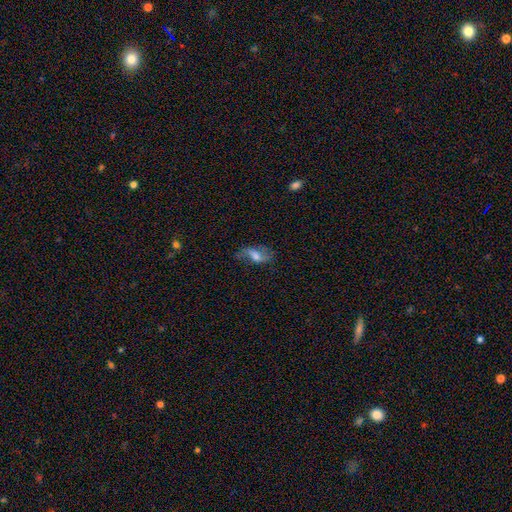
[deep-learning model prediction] This appears to be a featured or disk galaxy (48%). Merging: none (55%).